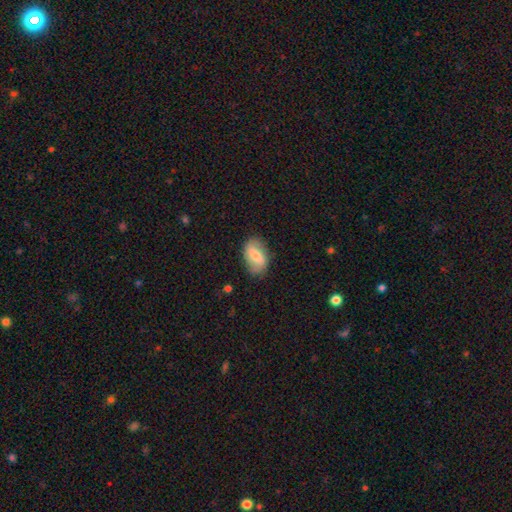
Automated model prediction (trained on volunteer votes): A smooth galaxy with no disk features (62%) that is in between round and cigar-shaped (90%). Merging: none (77%).